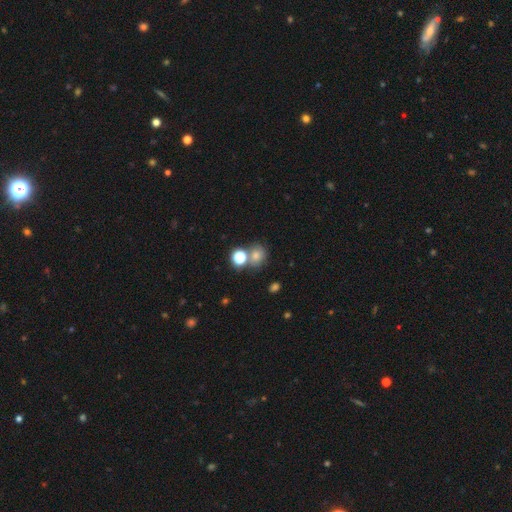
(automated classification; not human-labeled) This appears to be a smooth galaxy with no disk features (70%) that is round (73%). Merging: none (56%).